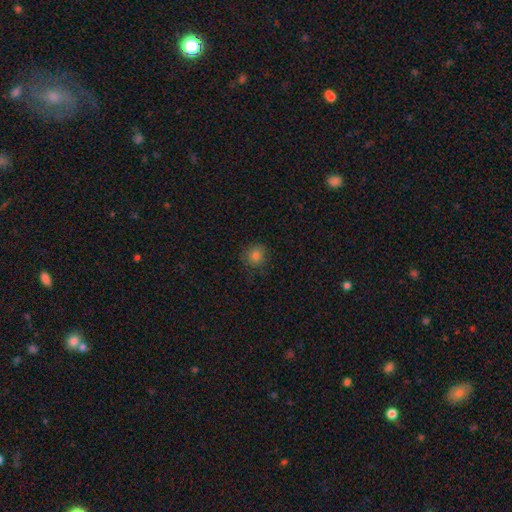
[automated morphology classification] smooth_or_featured: smooth (p=0.79) [alt: star or artifact p=0.14]
how_rounded: round (p=0.90) [alt: in between p=0.09]
merging: none (p=0.83) [alt: minor disturbance p=0.13]